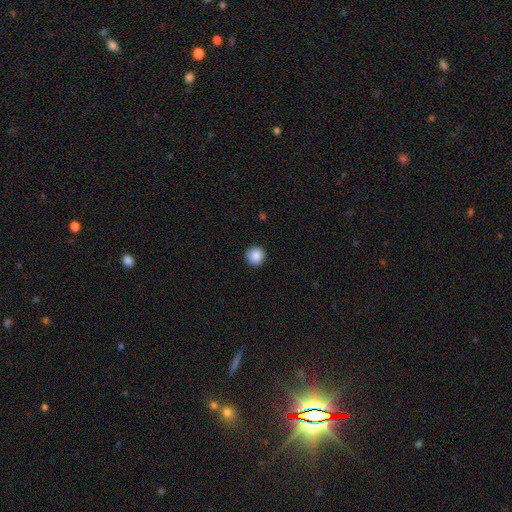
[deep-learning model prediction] smooth-or-featured: smooth: 88% | star or artifact: 9% | featured or disk: 3%
  how-rounded: round: 95% | in between: 4% | cigar-shaped: 1%
  merging: none: 91% | minor disturbance: 6% | major disturbance: 2% | merger: 1%